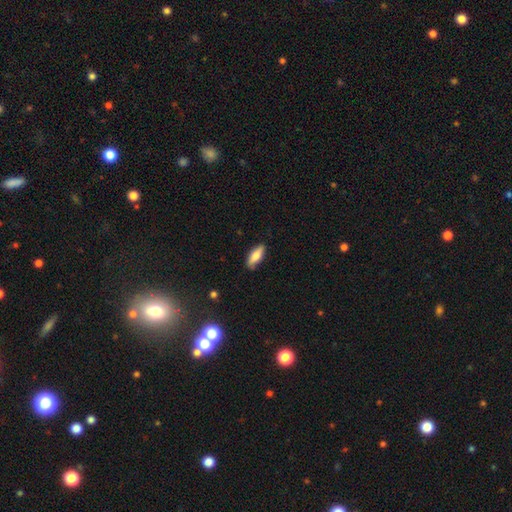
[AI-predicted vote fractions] Overall: smooth (73%). How rounded: in between (67%; cigar-shaped 30%). Merging: none (85%).